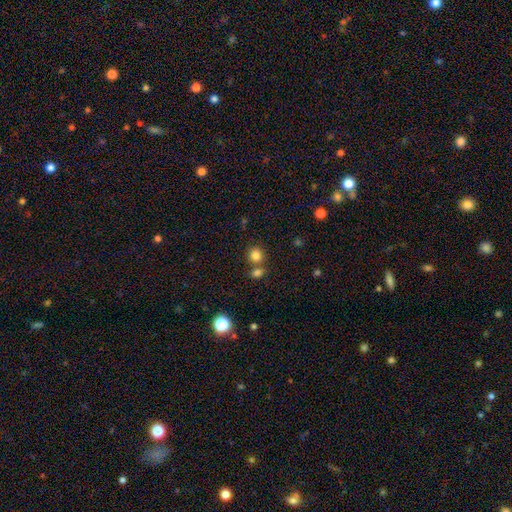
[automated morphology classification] smooth 83%, star or artifact 12%, featured or disk 6%. Down the decision tree: how rounded — round (84%); merging — none (65%).